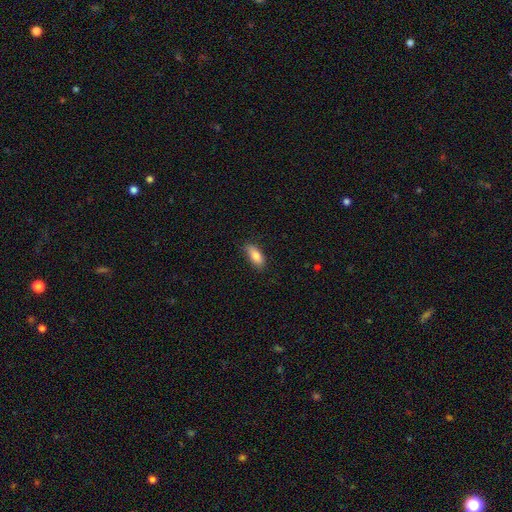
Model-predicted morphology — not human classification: Q: Smooth or featured?
A: smooth (83%); runner-up: featured or disk (10%)
Q: How rounded?
A: in between (82%); runner-up: cigar-shaped (15%)
Q: Merging?
A: none (82%); runner-up: minor disturbance (14%)